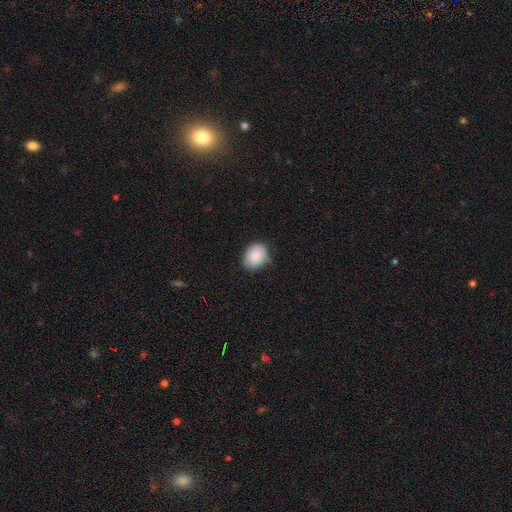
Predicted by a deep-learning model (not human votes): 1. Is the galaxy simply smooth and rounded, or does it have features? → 87% smooth, 7% star or artifact, 6% featured or disk.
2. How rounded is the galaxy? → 62% in between, 37% round, 1% cigar-shaped.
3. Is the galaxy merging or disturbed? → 71% none, 24% minor disturbance, 4% major disturbance, 1% merger.